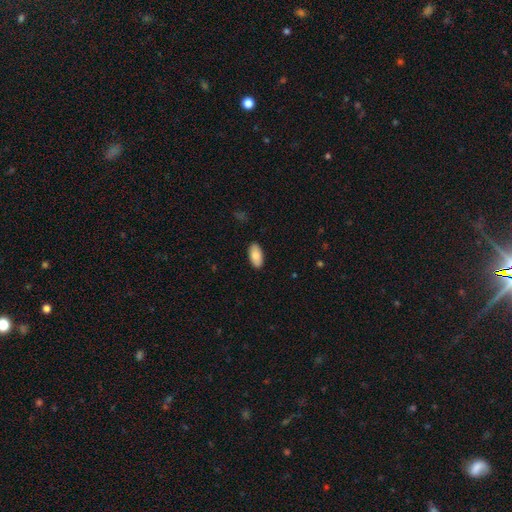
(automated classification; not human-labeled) This appears to be a smooth galaxy with no disk features (84%) that is in between round and cigar-shaped (94%). Merging: none (89%).